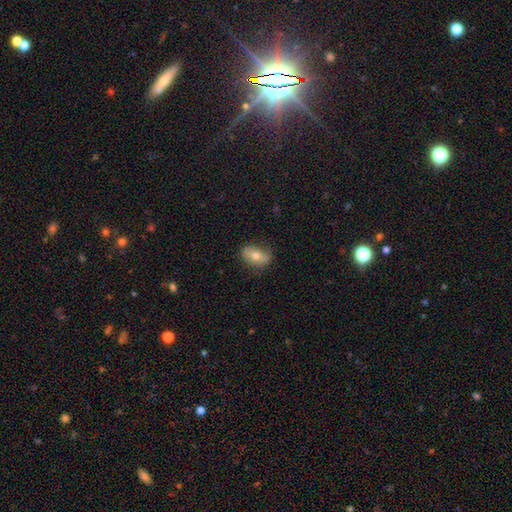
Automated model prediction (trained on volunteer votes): smooth 65%, featured or disk 27%, star or artifact 8%. Down the decision tree: how rounded — in between (84%); merging — none (73%).